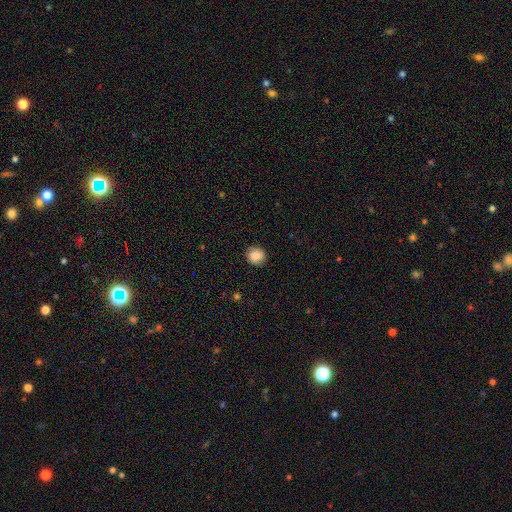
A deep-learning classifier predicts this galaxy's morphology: This is clearly a smooth galaxy (85%). How rounded: clearly round (84%). Merging: clearly none (86%).